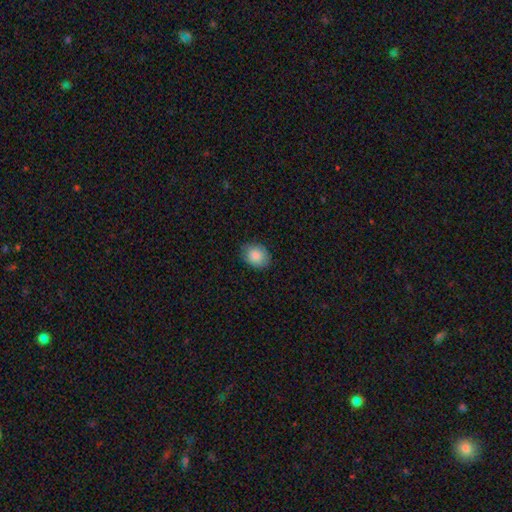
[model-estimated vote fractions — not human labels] smooth_or_featured: smooth (p=0.87) [alt: star or artifact p=0.07]
how_rounded: in between (p=0.57) [alt: round p=0.42]
merging: none (p=0.80) [alt: minor disturbance p=0.16]